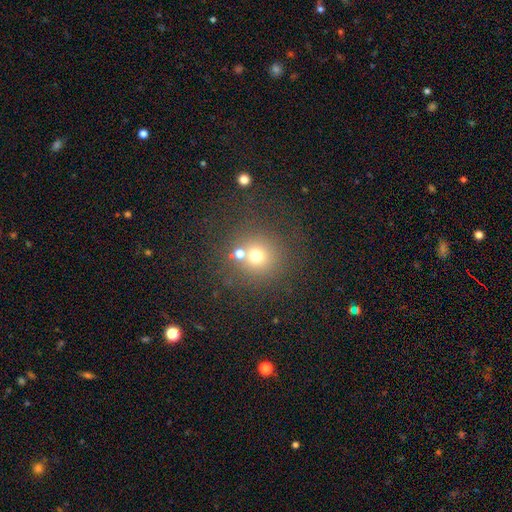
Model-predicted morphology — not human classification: A smooth galaxy with no disk features (68%) that is round (92%).

Vote fractions:
- Smooth or featured? smooth: 68% / star or artifact: 20% / featured or disk: 12%
- How rounded? round: 92% / in between: 7% / cigar-shaped: 1%
- Merging? none: 68% / merger: 17% / minor disturbance: 9% / major disturbance: 6%